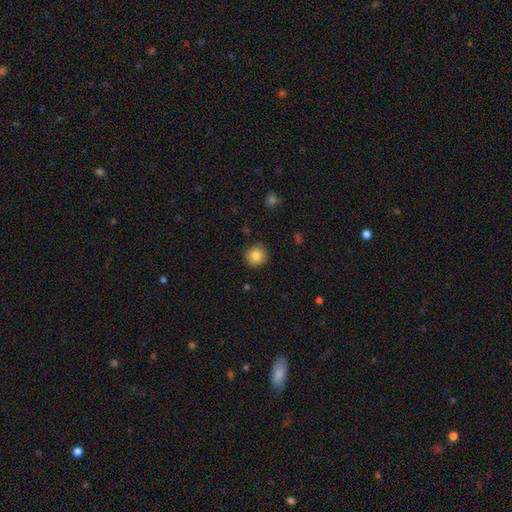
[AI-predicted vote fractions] Q: Smooth or featured?
A: smooth (83%); runner-up: star or artifact (9%)
Q: How rounded?
A: round (93%); runner-up: in between (6%)
Q: Merging?
A: none (90%); runner-up: minor disturbance (7%)